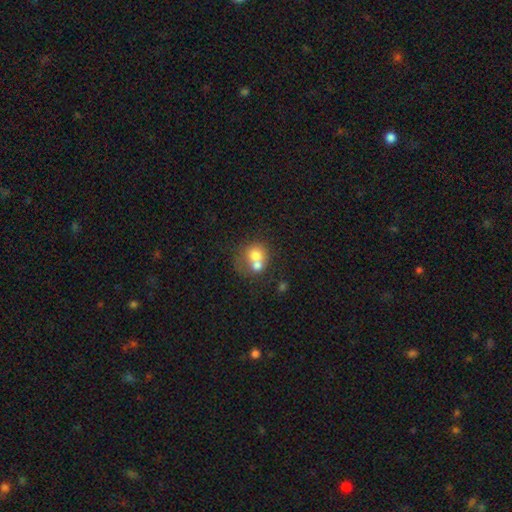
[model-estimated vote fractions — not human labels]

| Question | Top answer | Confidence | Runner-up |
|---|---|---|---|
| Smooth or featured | smooth | 66% | featured or disk (24%) |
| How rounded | round | 72% | in between (27%) |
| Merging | merger | 65% | none (23%) |